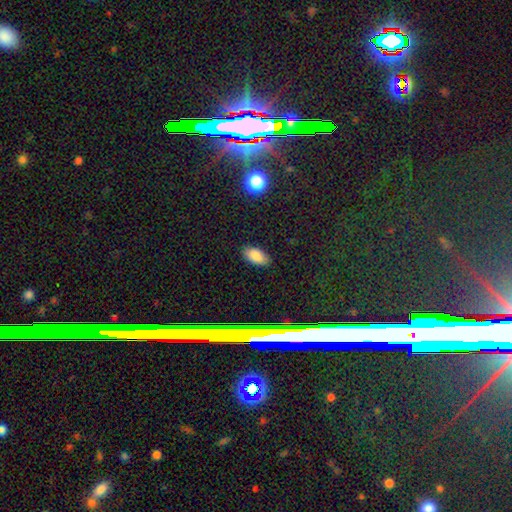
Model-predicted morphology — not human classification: This appears to be a smooth galaxy with no disk features (84%) that is in between round and cigar-shaped (93%). Merging: none (85%).